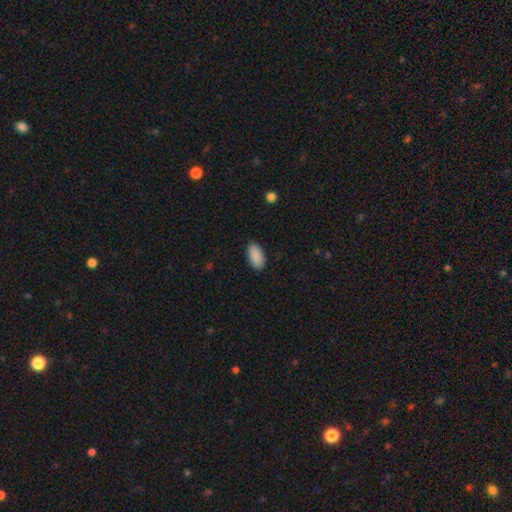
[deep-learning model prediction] smooth 91%, star or artifact 6%, featured or disk 3%. Down the decision tree: how rounded — in between (94%); merging — none (88%).